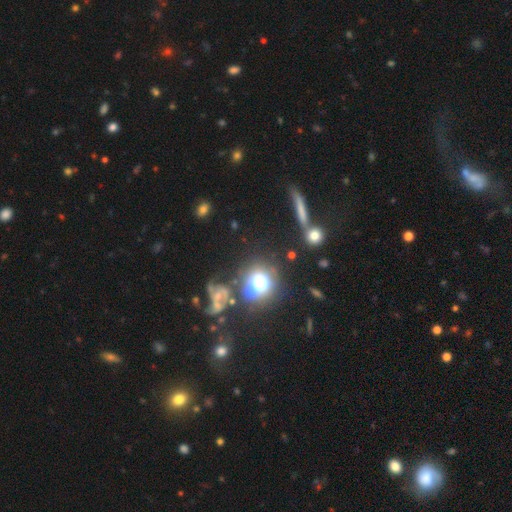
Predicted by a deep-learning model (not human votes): Morphology: type=star or artifact (44%).